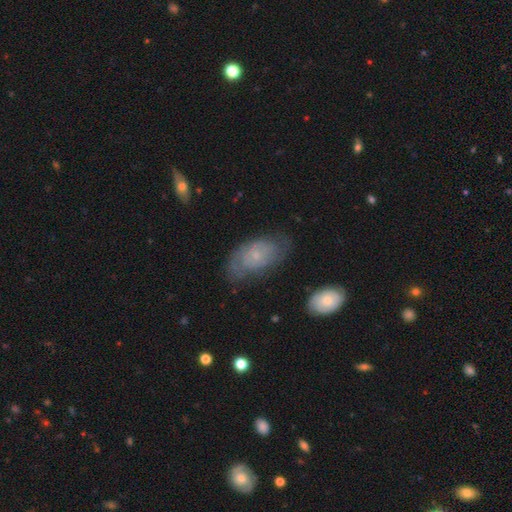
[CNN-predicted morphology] smooth-or-featured: featured or disk: 59% | smooth: 32% | star or artifact: 9%
  disk-edge-on: no: 94% | yes: 6%
    bar: no: 78% | weak: 19% | strong: 3%
    has-spiral-arms: yes: 78% | no: 22%
    bulge-size: small: 77% | moderate: 14% | none: 6% | large: 1% | dominant: 1%
  merging: none: 60% | minor disturbance: 25% | major disturbance: 12% | merger: 2%